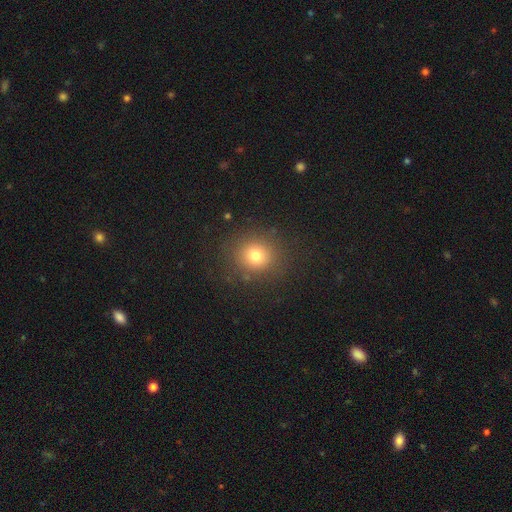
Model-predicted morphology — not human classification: Smooth or featured? smooth (75%)
How rounded? round (85%)
Merging? none (85%)